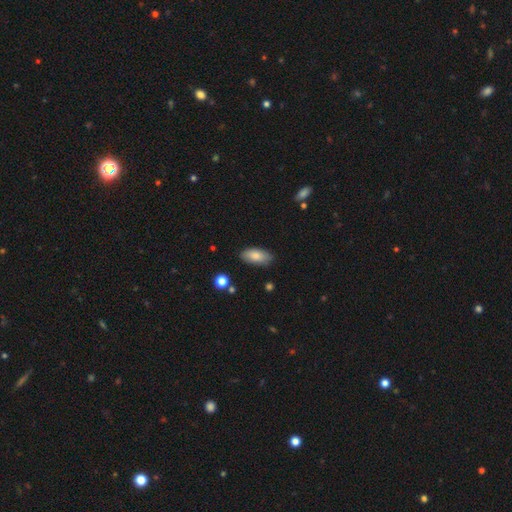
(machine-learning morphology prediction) Smooth or featured: smooth — 82% (featured or disk — 11%)
How rounded: in between — 90% (cigar-shaped — 7%)
Merging: none — 84% (minor disturbance — 12%)